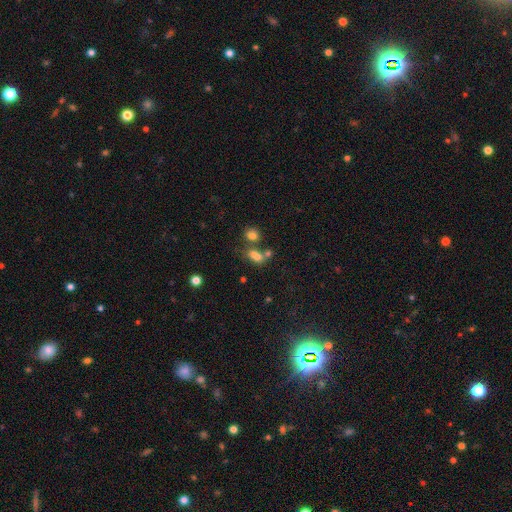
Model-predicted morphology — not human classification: A smooth galaxy with no disk features (72%) that is in between round and cigar-shaped (73%).

Vote fractions:
- Smooth or featured? smooth: 72% / star or artifact: 17% / featured or disk: 11%
- How rounded? in between: 73% / round: 21% / cigar-shaped: 6%
- Merging? none: 43% / merger: 37% / minor disturbance: 13% / major disturbance: 7%